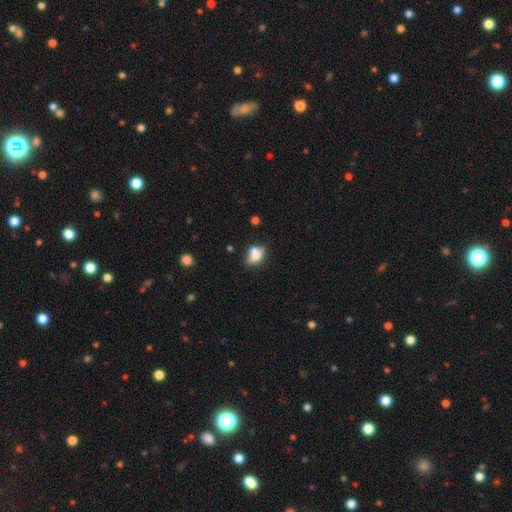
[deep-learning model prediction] A smooth galaxy with no disk features (69%) that is in between round and cigar-shaped (75%).

Vote fractions:
- Smooth or featured? smooth: 69% / featured or disk: 20% / star or artifact: 10%
- How rounded? in between: 75% / round: 21% / cigar-shaped: 4%
- Merging? none: 39% / merger: 29% / minor disturbance: 22% / major disturbance: 10%